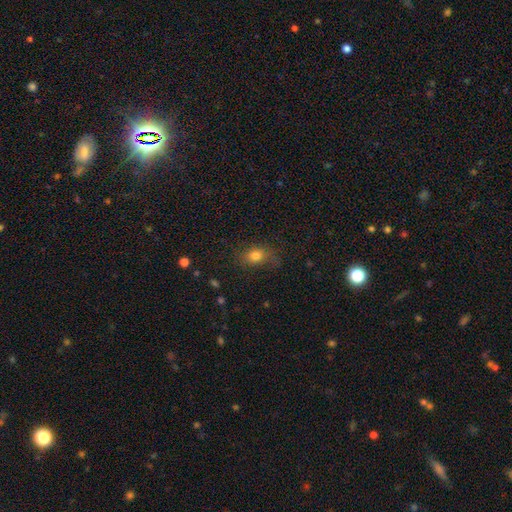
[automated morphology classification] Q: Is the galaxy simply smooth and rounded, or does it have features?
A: smooth — 78%.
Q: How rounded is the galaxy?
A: in between — 63%.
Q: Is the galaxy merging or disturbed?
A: none — 67%.